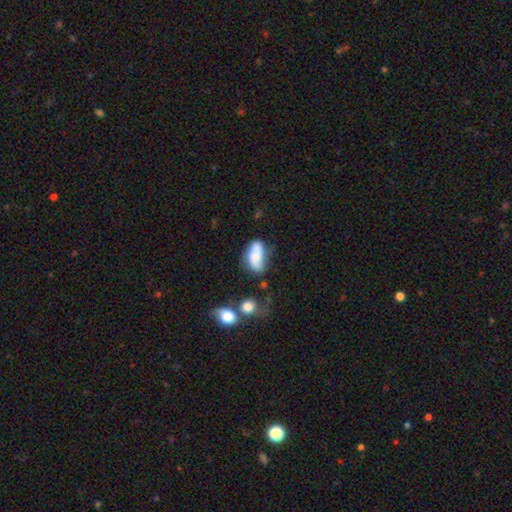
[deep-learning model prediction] Overall: smooth (58%; featured or disk 33%). How rounded: in between (89%). Merging: none (41%; minor disturbance 30%).